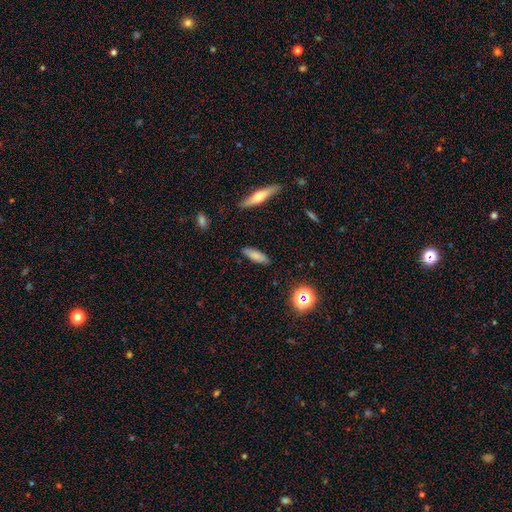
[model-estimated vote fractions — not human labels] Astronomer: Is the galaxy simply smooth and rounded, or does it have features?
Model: smooth — 76%.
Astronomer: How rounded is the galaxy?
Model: in between — 52% (runner-up: cigar-shaped, 45%).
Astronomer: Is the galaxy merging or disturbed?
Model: none — 86%.